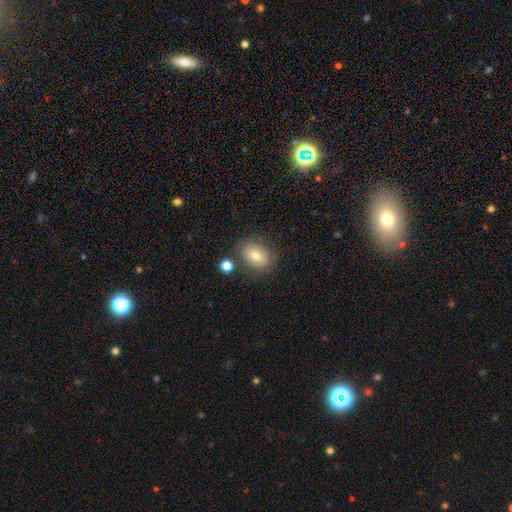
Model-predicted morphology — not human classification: Q: Smooth or featured?
A: smooth (77%); runner-up: featured or disk (13%)
Q: How rounded?
A: in between (71%); runner-up: round (27%)
Q: Merging?
A: none (76%); runner-up: minor disturbance (13%)